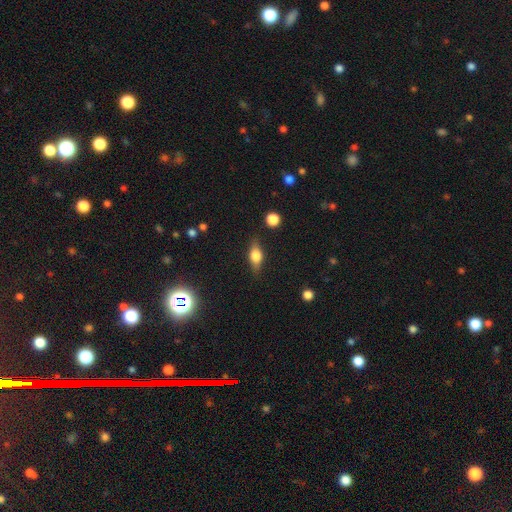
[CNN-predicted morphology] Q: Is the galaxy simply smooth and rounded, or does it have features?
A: smooth — 54%.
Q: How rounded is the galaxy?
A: in between — 68%.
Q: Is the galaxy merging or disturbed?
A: none — 81%.